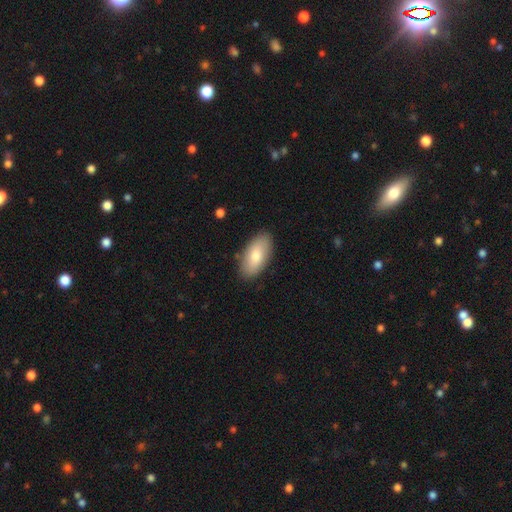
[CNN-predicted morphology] Q: Smooth or featured?
A: smooth (78%); runner-up: featured or disk (17%)
Q: How rounded?
A: in between (94%); runner-up: cigar-shaped (3%)
Q: Merging?
A: none (86%); runner-up: minor disturbance (10%)